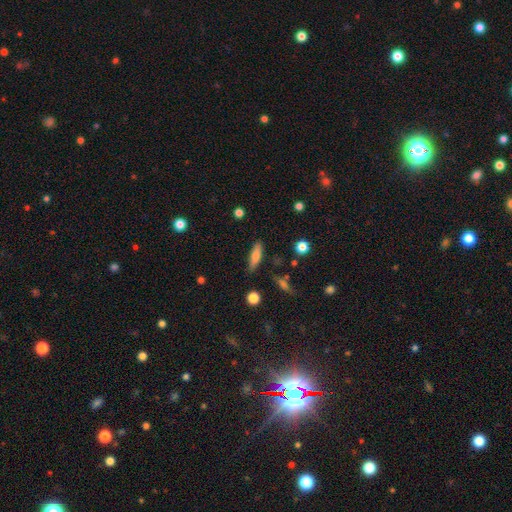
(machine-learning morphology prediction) smooth-or-featured: smooth: 75% | featured or disk: 17% | star or artifact: 8%
  how-rounded: cigar-shaped: 57% | in between: 40% | round: 3%
  merging: none: 80% | minor disturbance: 14% | major disturbance: 3% | merger: 3%